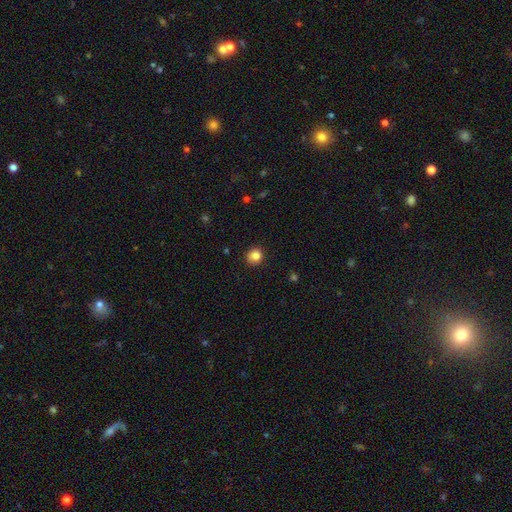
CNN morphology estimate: Overall: smooth (83%). How rounded: round (91%). Merging: none (90%).